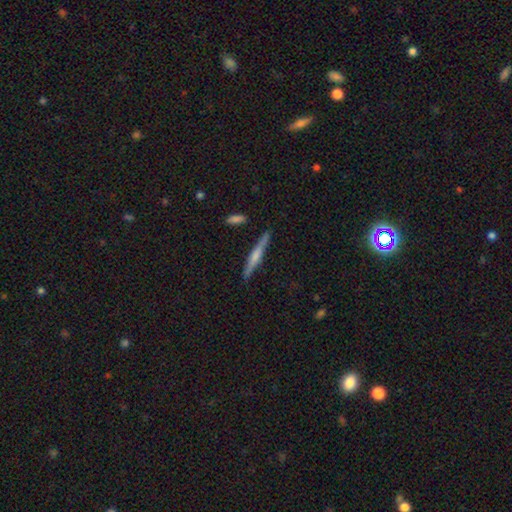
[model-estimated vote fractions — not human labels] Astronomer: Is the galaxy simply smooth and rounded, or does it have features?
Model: featured or disk — 53% (runner-up: smooth, 40%).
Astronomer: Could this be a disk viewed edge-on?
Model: yes — 97%.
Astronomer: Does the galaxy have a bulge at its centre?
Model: rounded — 51% (runner-up: none, 27%).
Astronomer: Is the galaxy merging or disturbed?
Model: none — 86%.